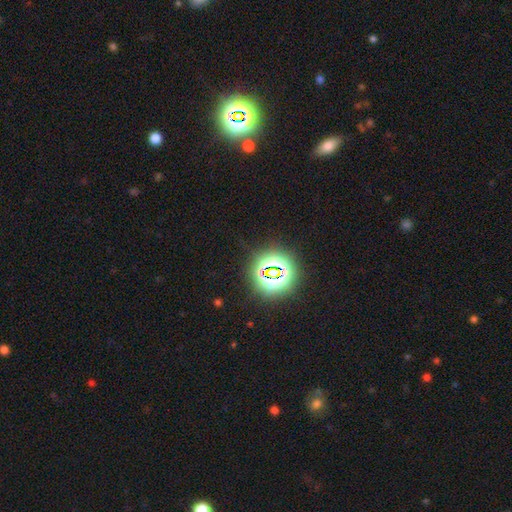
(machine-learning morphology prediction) Smooth or featured? star or artifact (76%)